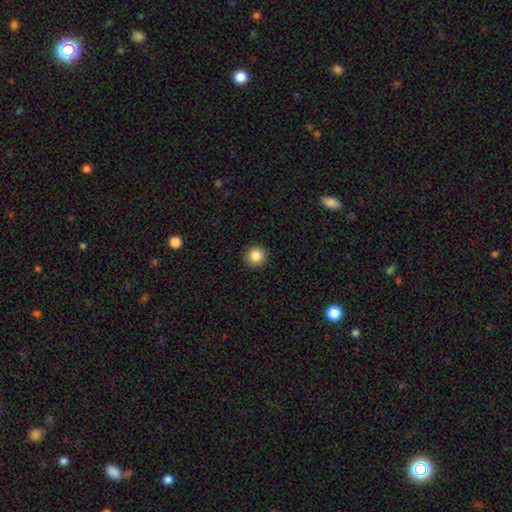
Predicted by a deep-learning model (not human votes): This appears to be a smooth galaxy with no disk features (85%) that is round (95%). Merging: none (92%).